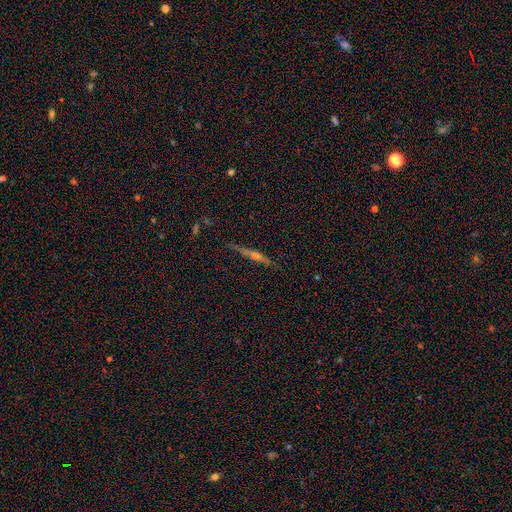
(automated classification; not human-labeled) Overall: featured or disk (70%). Edge-on disk: yes (97%). Edge-on bulge: rounded (82%). Merging: none (87%).